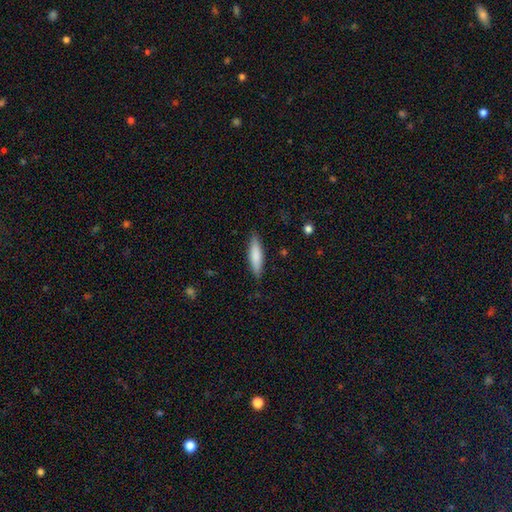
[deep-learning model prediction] This appears to be a smooth galaxy with no disk features (78%) that is cigar-shaped (75%). Merging: none (87%).